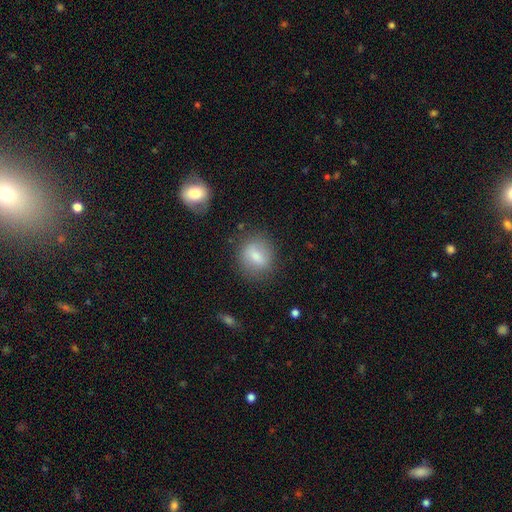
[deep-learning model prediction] A smooth galaxy with no disk features (74%) that is round (67%). Merging: none (76%).